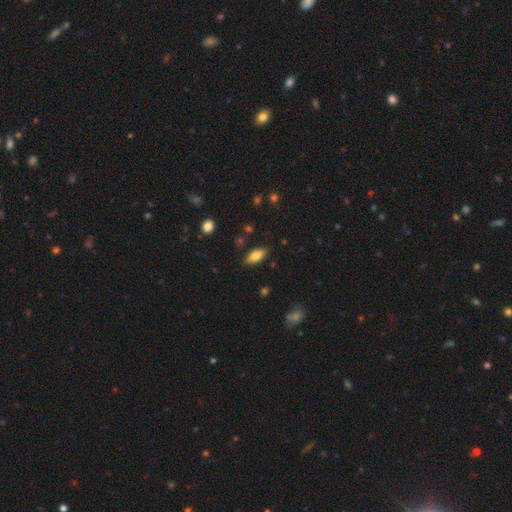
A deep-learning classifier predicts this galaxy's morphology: Smooth or featured? smooth (78%)
How rounded? in between (84%)
Merging? none (84%)